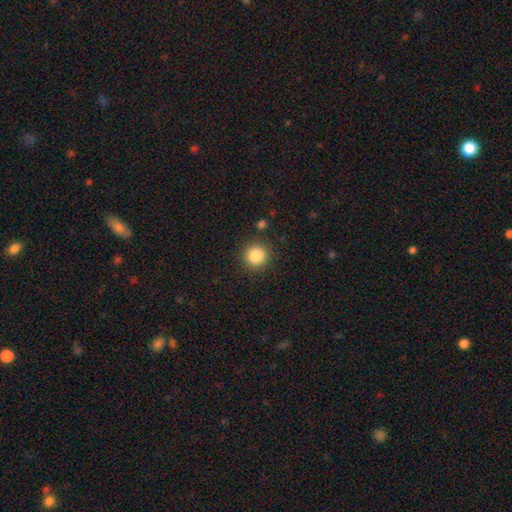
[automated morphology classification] Smooth or featured?
  - smooth: 85% *
  - star or artifact: 10%
  - featured or disk: 4%
How rounded?
  - round: 94% *
  - in between: 5%
  - cigar-shaped: 1%
Merging?
  - none: 89% *
  - minor disturbance: 6%
  - major disturbance: 3%
  - merger: 2%